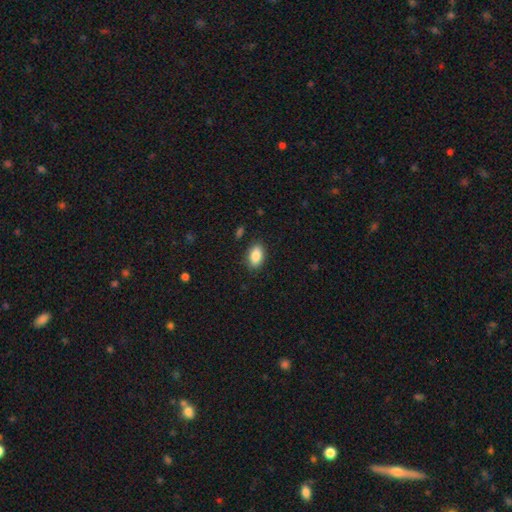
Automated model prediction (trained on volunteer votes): Smooth or featured?
  - smooth: 86% *
  - star or artifact: 7%
  - featured or disk: 6%
How rounded?
  - in between: 91% *
  - round: 6%
  - cigar-shaped: 2%
Merging?
  - none: 87% *
  - minor disturbance: 10%
  - major disturbance: 2%
  - merger: 1%